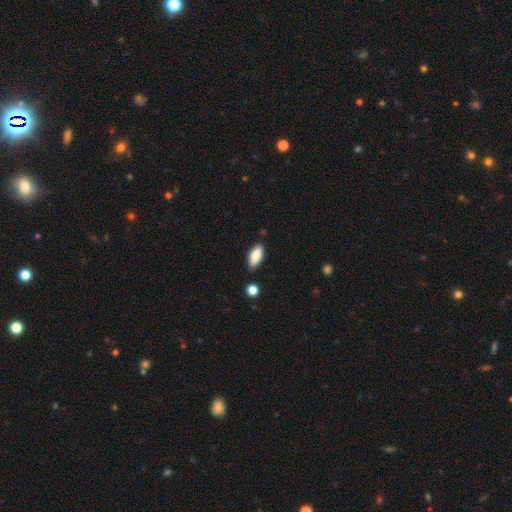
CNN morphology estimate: Smooth or featured?
  - smooth: 85% *
  - featured or disk: 9%
  - star or artifact: 6%
How rounded?
  - in between: 84% *
  - cigar-shaped: 14%
  - round: 2%
Merging?
  - none: 85% *
  - minor disturbance: 10%
  - merger: 2%
  - major disturbance: 2%